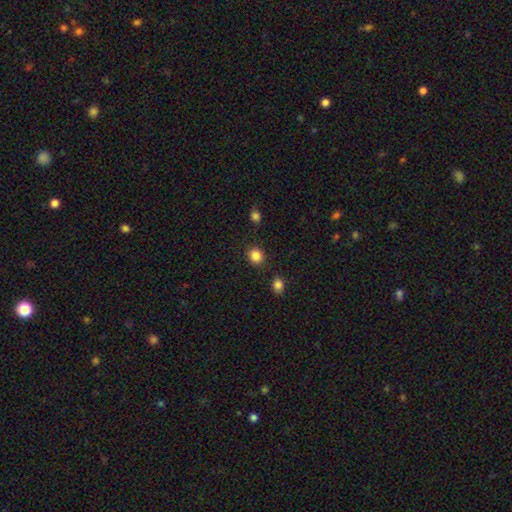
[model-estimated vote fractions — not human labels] A smooth galaxy with no disk features (86%) that is round (85%).

Vote fractions:
- Smooth or featured? smooth: 86% / star or artifact: 11% / featured or disk: 3%
- How rounded? round: 85% / in between: 14% / cigar-shaped: 1%
- Merging? none: 86% / minor disturbance: 8% / merger: 3% / major disturbance: 3%